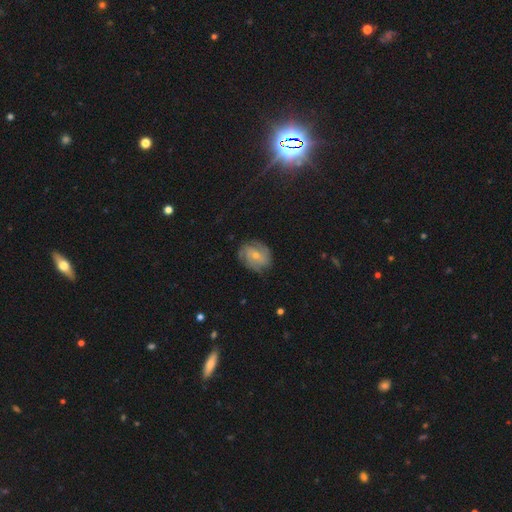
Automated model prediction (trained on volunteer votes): The model was most divided on "spiral arm count": 2: 34%, can't tell: 28%, 3: 22%, 4: 7%, 1: 5%, more than 4: 4%. Remaining: edge-on disk — no (97%); spiral arms — yes (89%); merging — none (71%); smooth or featured — featured or disk (70%); bulge size — small (58%); bar — no (55%); spiral winding — tight (49%).